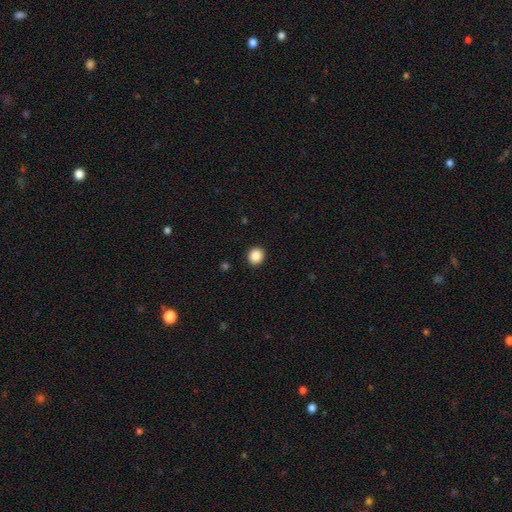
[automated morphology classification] A smooth galaxy with no disk features (88%) that is round (91%). Merging: none (92%).